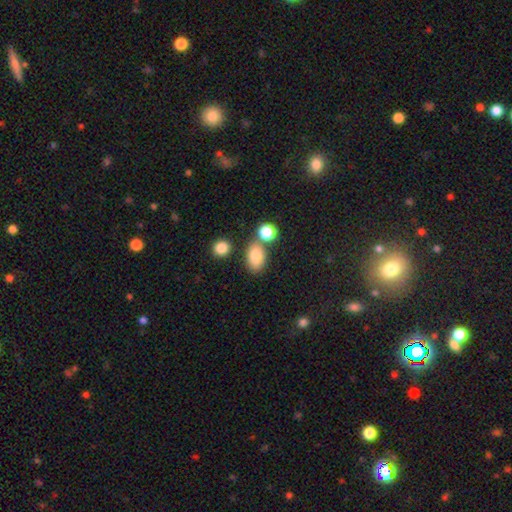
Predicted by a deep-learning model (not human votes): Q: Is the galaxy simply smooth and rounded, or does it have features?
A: smooth — 83%.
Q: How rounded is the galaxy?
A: in between — 83%.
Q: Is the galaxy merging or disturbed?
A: none — 68%.